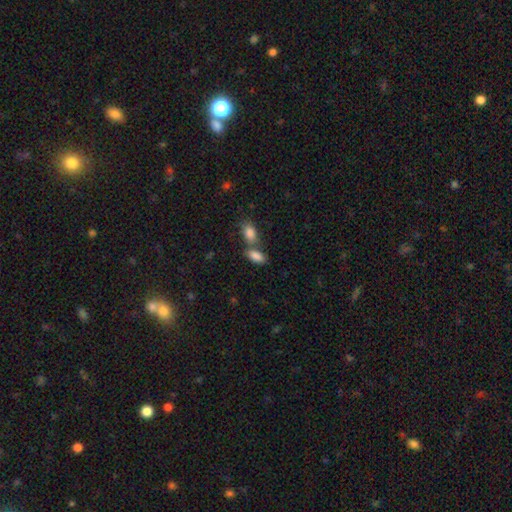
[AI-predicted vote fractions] Morphology: type=smooth (86%); roundness=in between (90%); merging=none (46%).